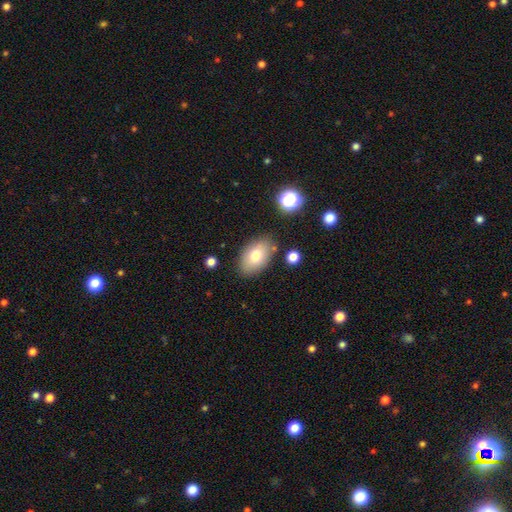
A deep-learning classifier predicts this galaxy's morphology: A smooth galaxy with no disk features (76%) that is in between round and cigar-shaped (89%). Merging: none (81%).